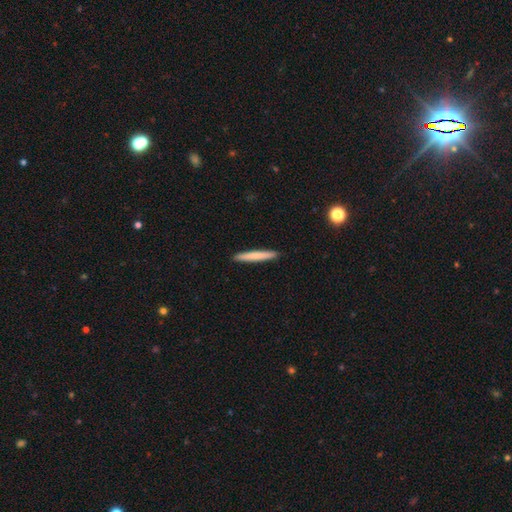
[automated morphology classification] Overall: smooth (74%). How rounded: cigar-shaped (96%). Merging: none (92%).